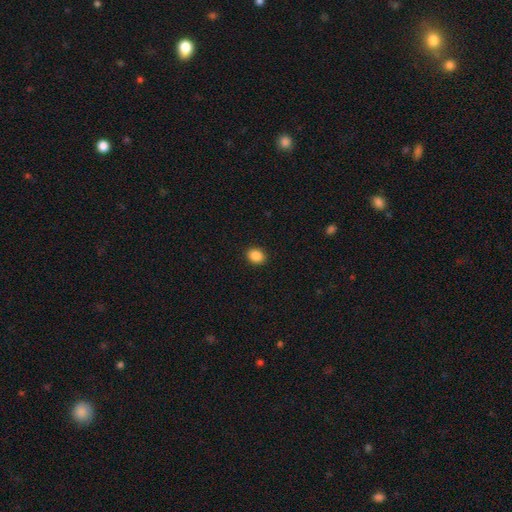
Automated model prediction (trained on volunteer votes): Morphology: type=smooth (88%); roundness=round (51%); merging=none (91%).